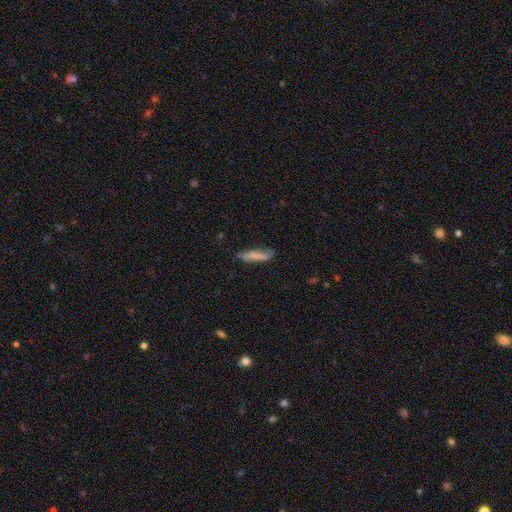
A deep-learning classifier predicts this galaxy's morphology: smooth 67%, featured or disk 26%, star or artifact 7%. Down the decision tree: how rounded — cigar-shaped (80%); merging — none (64%).